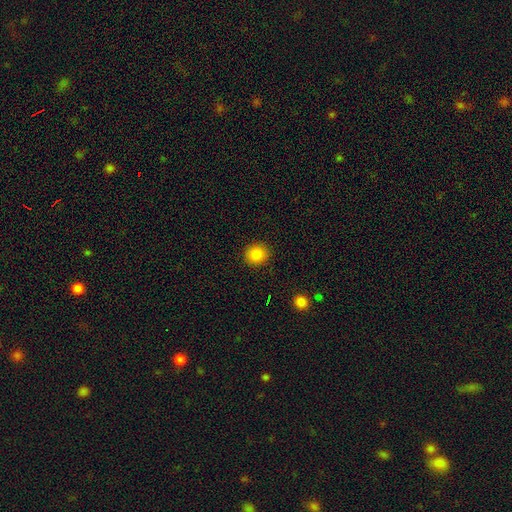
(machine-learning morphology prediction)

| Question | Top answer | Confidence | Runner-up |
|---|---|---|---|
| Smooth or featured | smooth | 85% | star or artifact (10%) |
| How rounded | round | 87% | in between (13%) |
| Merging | none | 91% | minor disturbance (6%) |